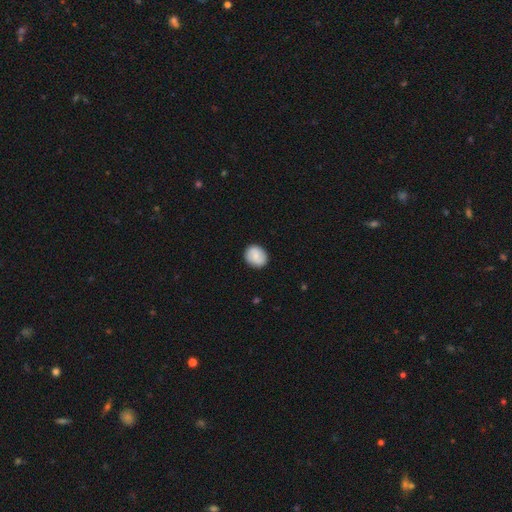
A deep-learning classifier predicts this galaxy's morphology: A smooth galaxy with no disk features (73%) that is round (67%). Merging: none (88%).